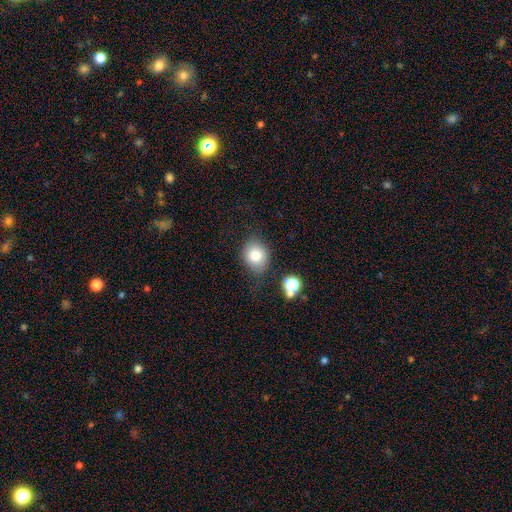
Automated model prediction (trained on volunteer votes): smooth-or-featured: smooth: 80% | star or artifact: 11% | featured or disk: 9%
  how-rounded: round: 67% | in between: 32% | cigar-shaped: 1%
  merging: none: 72% | minor disturbance: 18% | major disturbance: 6% | merger: 4%